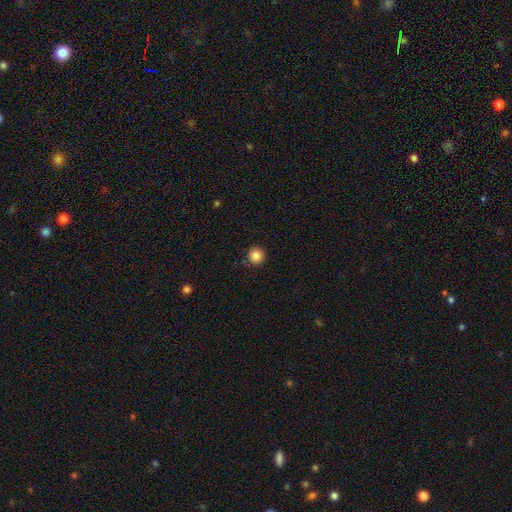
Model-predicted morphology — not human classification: Smooth or featured?
  - smooth: 86% *
  - star or artifact: 11%
  - featured or disk: 4%
How rounded?
  - round: 92% *
  - in between: 7%
  - cigar-shaped: 1%
Merging?
  - none: 89% *
  - minor disturbance: 8%
  - major disturbance: 2%
  - merger: 1%